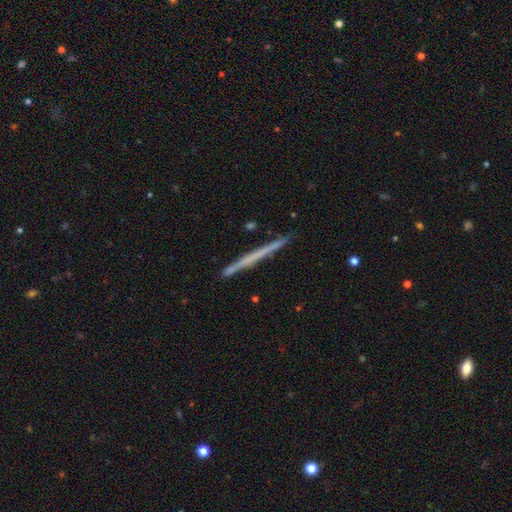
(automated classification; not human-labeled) Smooth or featured? Predicted: featured or disk (p=0.49). Merging? Predicted: none (p=0.90).